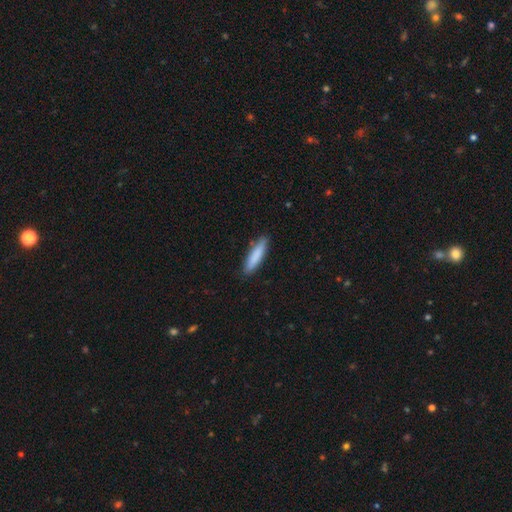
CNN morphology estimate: This appears to be a smooth galaxy with no disk features (85%) that is cigar-shaped (79%). Merging: none (88%).